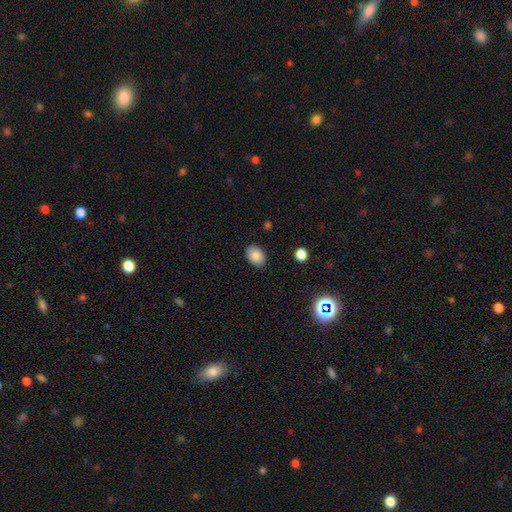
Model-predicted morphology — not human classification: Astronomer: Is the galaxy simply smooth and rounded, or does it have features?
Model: smooth — 85%.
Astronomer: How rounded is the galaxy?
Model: in between — 83%.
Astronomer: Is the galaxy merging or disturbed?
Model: none — 86%.